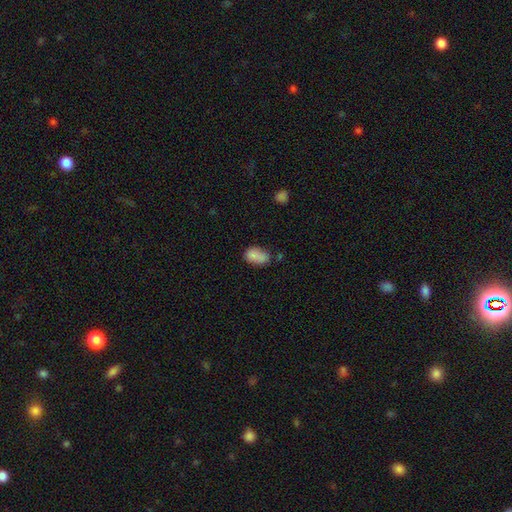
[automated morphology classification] This appears to be a smooth galaxy with no disk features (83%) that is in between round and cigar-shaped (88%). Merging: none (54%).